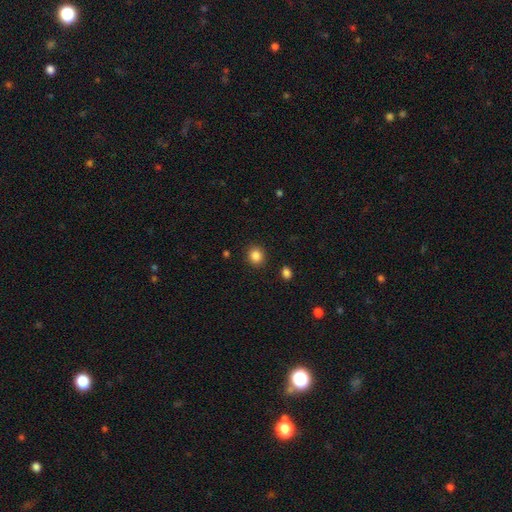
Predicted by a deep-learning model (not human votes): Overall: smooth (86%). How rounded: round (84%). Merging: none (90%).